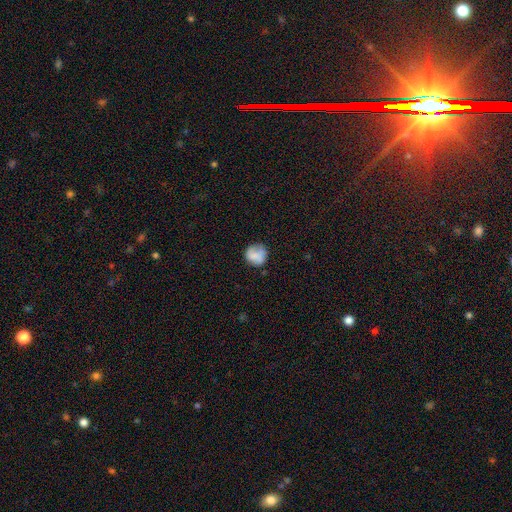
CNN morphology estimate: smooth 68%, featured or disk 24%, star or artifact 8%. Down the decision tree: how rounded — round (84%); merging — none (64%).